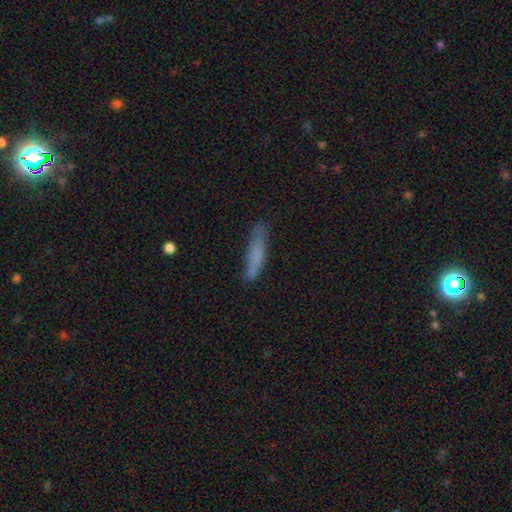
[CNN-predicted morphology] The model was most divided on "smooth or featured": smooth: 70%, featured or disk: 22%, star or artifact: 8%. More confident: how rounded — cigar-shaped (88%); merging — none (72%).